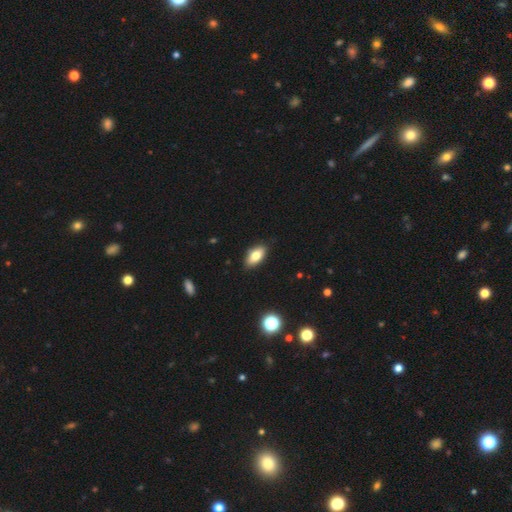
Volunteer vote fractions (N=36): Smooth or featured? smooth (81%)
How rounded? in between (90%)
Merging? none (71%)